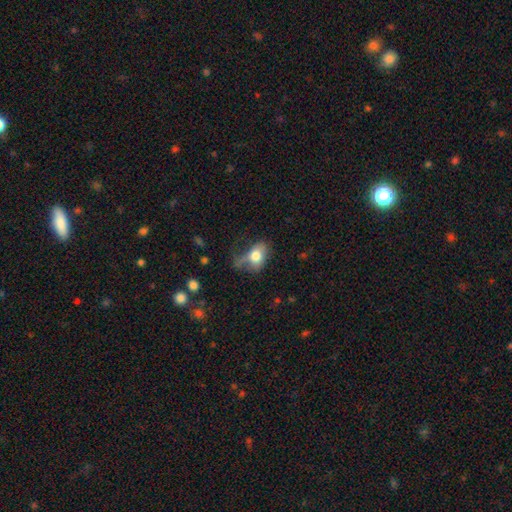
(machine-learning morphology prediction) Overall: smooth (73%). How rounded: in between (80%). Merging: none (34%; minor disturbance 30%).